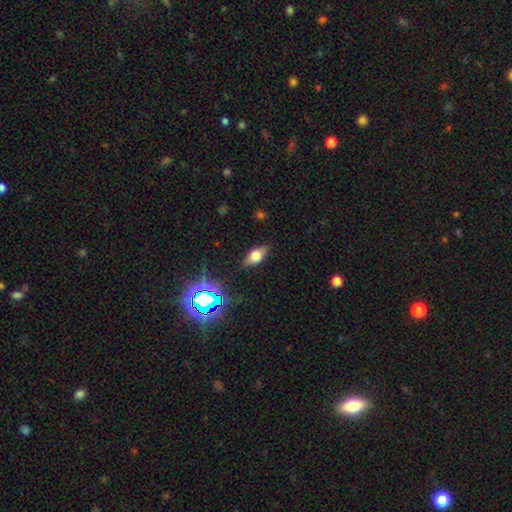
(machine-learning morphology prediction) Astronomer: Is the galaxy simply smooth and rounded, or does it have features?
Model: smooth — 50% (runner-up: featured or disk, 35%).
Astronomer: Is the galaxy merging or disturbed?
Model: none — 83%.